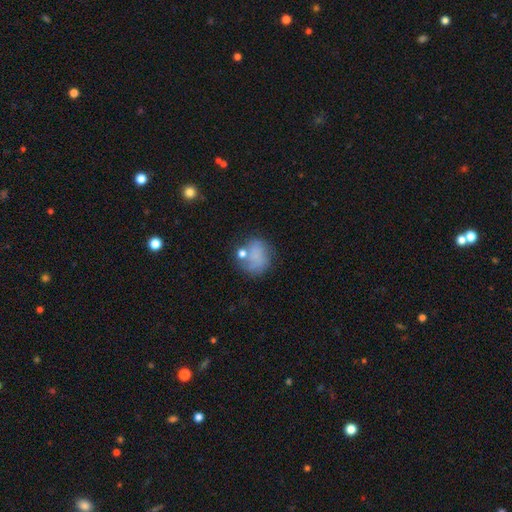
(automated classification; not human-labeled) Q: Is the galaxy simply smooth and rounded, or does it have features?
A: smooth — 67%.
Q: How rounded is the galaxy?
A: round — 68%.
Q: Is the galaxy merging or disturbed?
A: none — 49%.